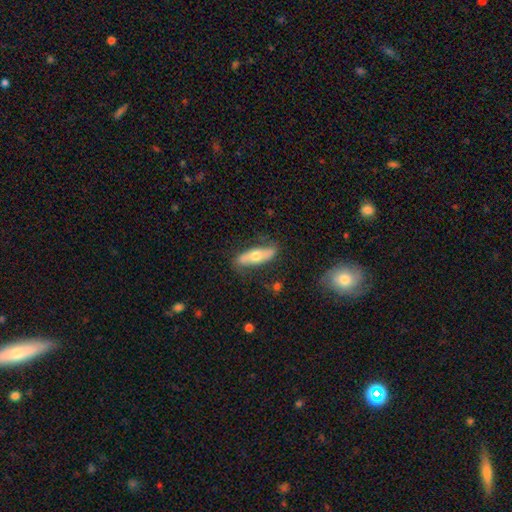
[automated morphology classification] This appears to be a smooth galaxy with no disk features (52%) that is cigar-shaped (49%). Merging: none (78%).